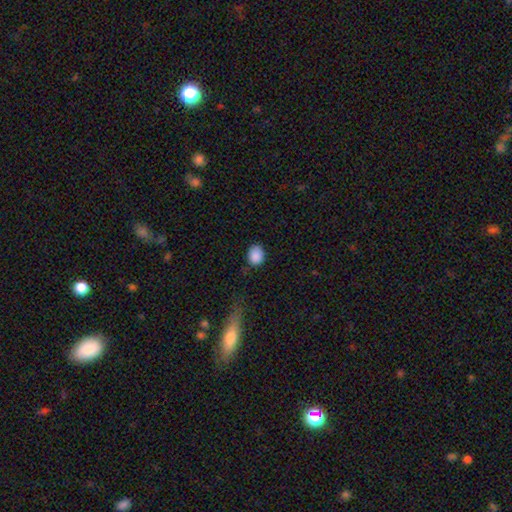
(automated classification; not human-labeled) A smooth galaxy with no disk features (89%) that is in between round and cigar-shaped (52%).

Vote fractions:
- Smooth or featured? smooth: 89% / star or artifact: 8% / featured or disk: 3%
- How rounded? in between: 52% / round: 47% / cigar-shaped: 1%
- Merging? none: 75% / minor disturbance: 19% / major disturbance: 4% / merger: 2%